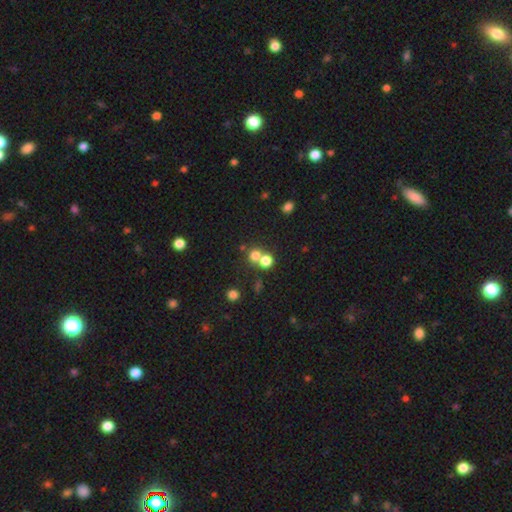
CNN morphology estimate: smooth 72%, star or artifact 18%, featured or disk 9%. Down the decision tree: how rounded — round (86%); merging — none (50%).